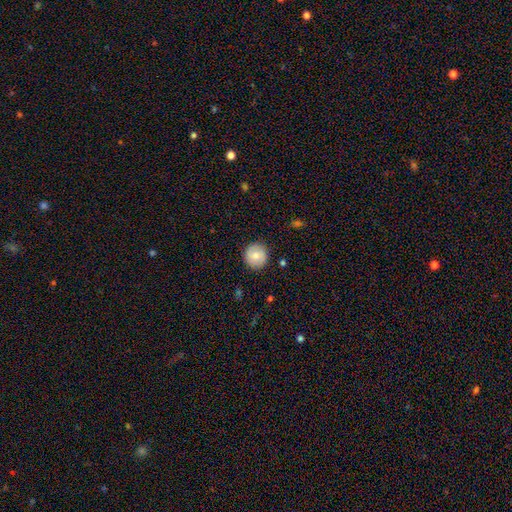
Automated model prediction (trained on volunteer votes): A smooth galaxy with no disk features (77%) that is round (94%). Merging: none (89%).